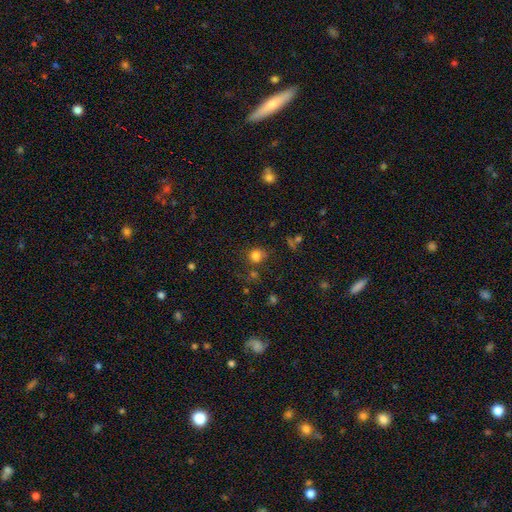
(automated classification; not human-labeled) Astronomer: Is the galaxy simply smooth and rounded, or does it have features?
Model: smooth — 78%.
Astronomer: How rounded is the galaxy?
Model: round — 82%.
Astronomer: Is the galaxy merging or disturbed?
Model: none — 68%.